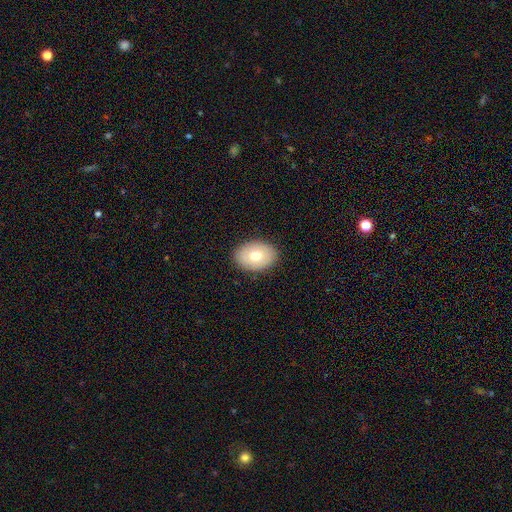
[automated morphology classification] type=smooth (71%); roundness=in between (78%); merging=none (88%).